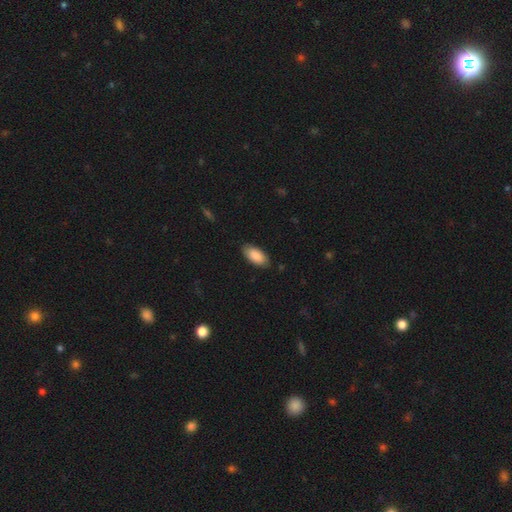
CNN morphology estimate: smooth 87%, featured or disk 7%, star or artifact 6%. Down the decision tree: how rounded — in between (92%); merging — none (84%).